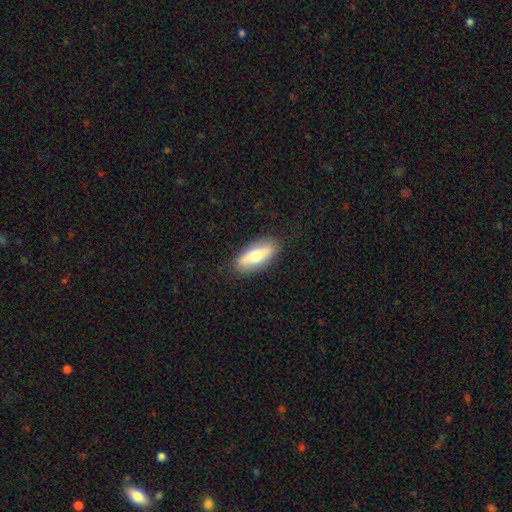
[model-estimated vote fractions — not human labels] smooth_or_featured: smooth (p=0.63) [alt: featured or disk p=0.31]
how_rounded: in between (p=0.74) [alt: cigar-shaped p=0.23]
merging: none (p=0.87) [alt: minor disturbance p=0.10]